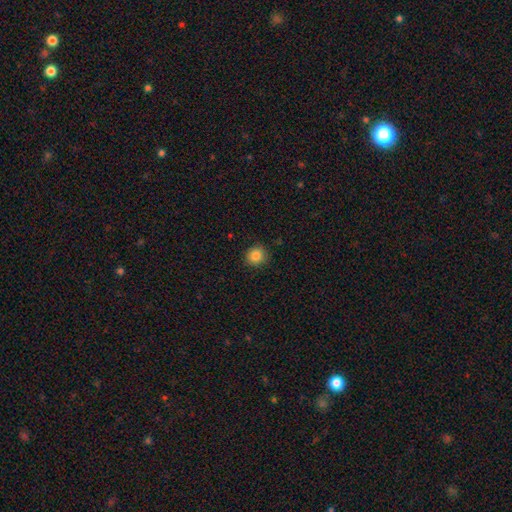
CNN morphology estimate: This is clearly a smooth galaxy (84%). How rounded: clearly round (88%). Merging: clearly none (90%).